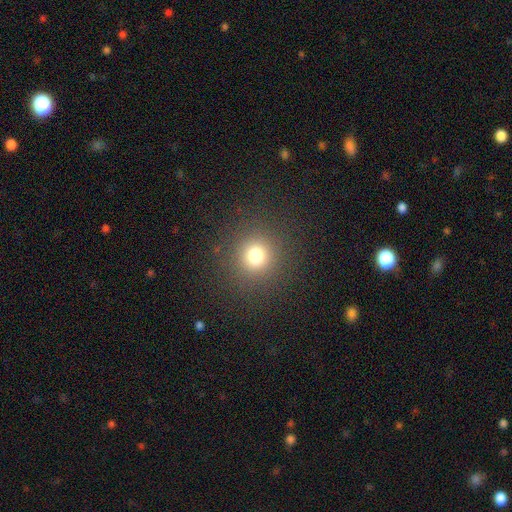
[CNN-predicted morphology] type=smooth (74%); roundness=round (93%); merging=none (89%).